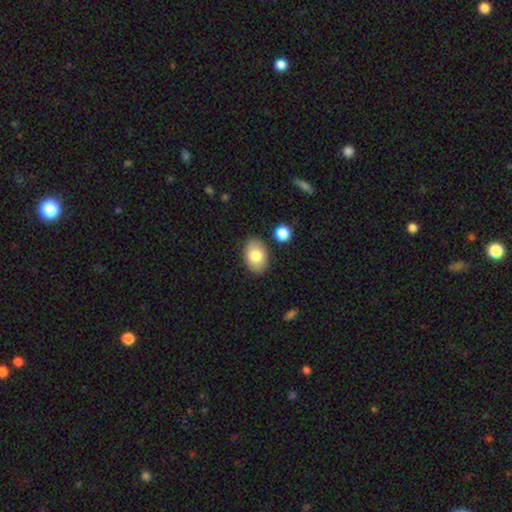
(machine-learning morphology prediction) Overall: smooth (79%). How rounded: in between (85%). Merging: none (84%).